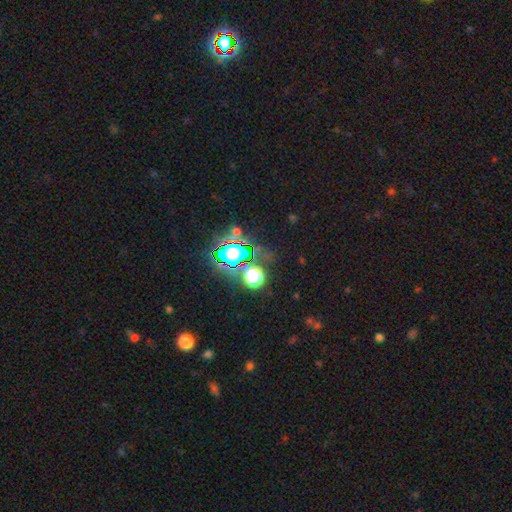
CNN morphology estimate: smooth_or_featured: star or artifact (p=0.80) [alt: smooth p=0.13]